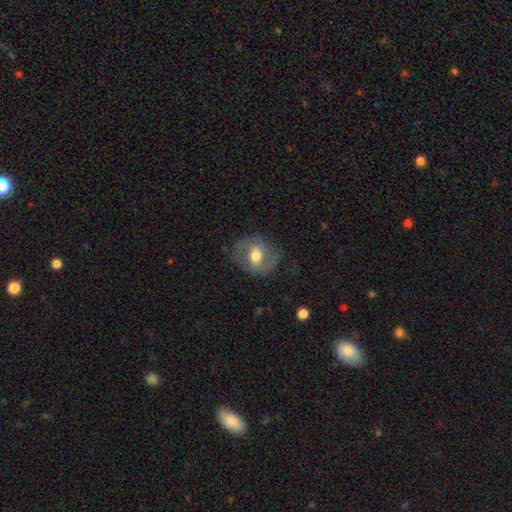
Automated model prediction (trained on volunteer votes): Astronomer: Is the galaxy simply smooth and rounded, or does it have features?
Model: featured or disk — 54% (runner-up: smooth, 39%).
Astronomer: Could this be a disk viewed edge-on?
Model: no — 95%.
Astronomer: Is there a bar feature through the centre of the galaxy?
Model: weak — 42% (runner-up: no, 37%).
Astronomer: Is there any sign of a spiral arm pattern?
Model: yes — 61% (runner-up: no, 39%).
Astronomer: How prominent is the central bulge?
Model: moderate — 63%.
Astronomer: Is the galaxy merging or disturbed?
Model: none — 68%.